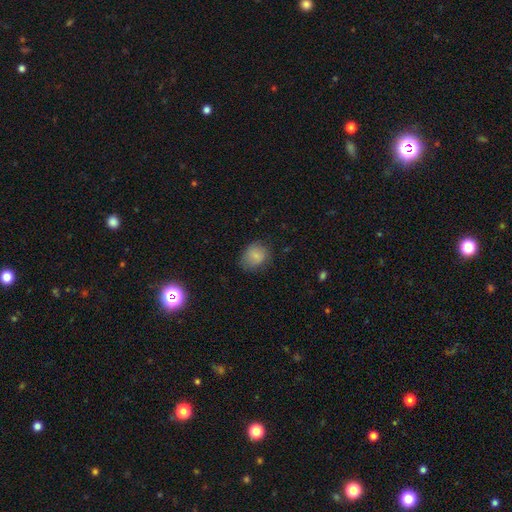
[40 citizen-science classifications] Smooth or featured? 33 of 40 (82%) said smooth. How rounded? 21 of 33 (64%) said round. Merging? 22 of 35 (63%) said none.